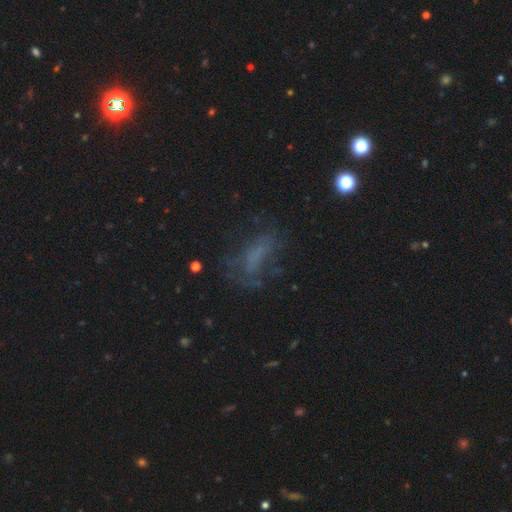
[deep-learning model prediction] A smooth galaxy with no disk features (39%).

Vote fractions:
- Smooth or featured? smooth: 39% / featured or disk: 35% / star or artifact: 25%
- Merging? none: 48% / major disturbance: 27% / minor disturbance: 21% / merger: 3%